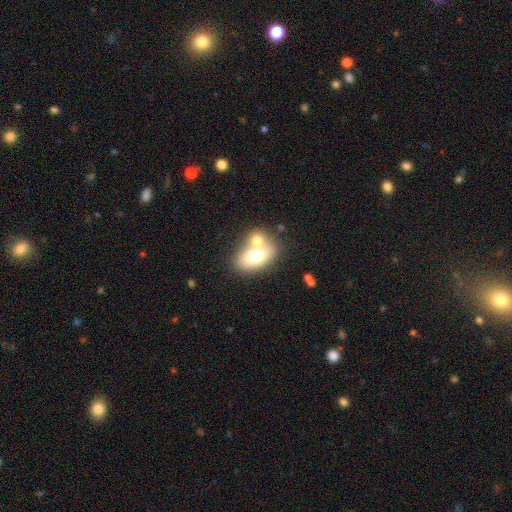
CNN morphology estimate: smooth 67%, featured or disk 25%, star or artifact 8%. Down the decision tree: how rounded — in between (82%); merging — merger (49%).